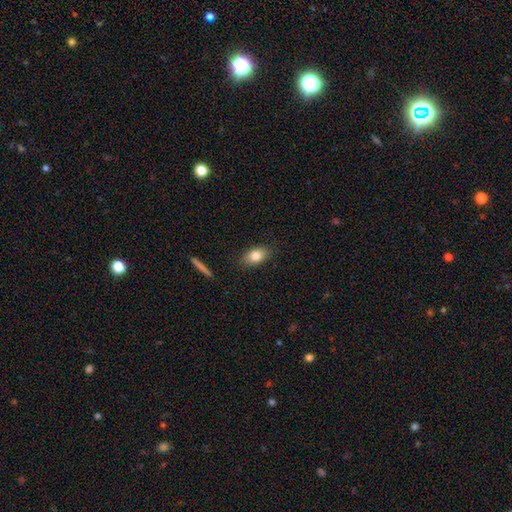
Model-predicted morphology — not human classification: Overall: smooth (80%). How rounded: in between (85%). Merging: none (85%).